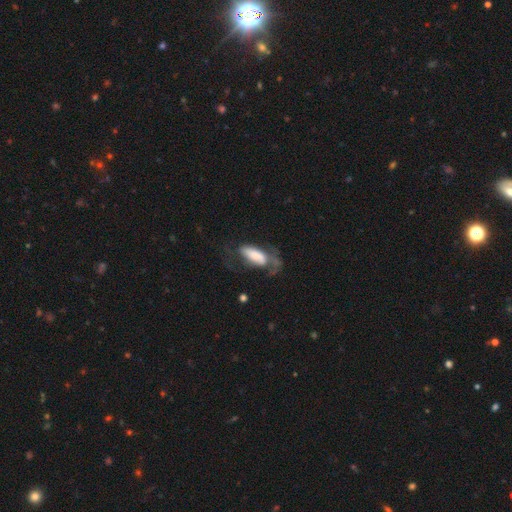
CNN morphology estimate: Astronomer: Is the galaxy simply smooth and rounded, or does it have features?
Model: smooth — 54% (runner-up: featured or disk, 40%).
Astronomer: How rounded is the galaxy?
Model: in between — 79%.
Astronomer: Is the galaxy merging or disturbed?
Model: major disturbance — 44% (runner-up: none, 30%).